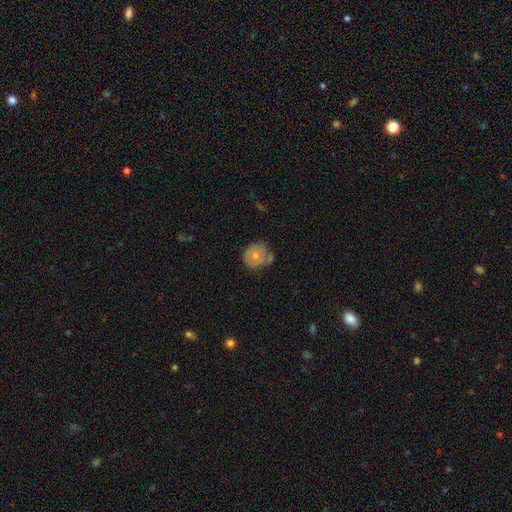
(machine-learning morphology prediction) Overall: smooth (58%; featured or disk 35%). How rounded: round (82%). Merging: none (52%; minor disturbance 28%).